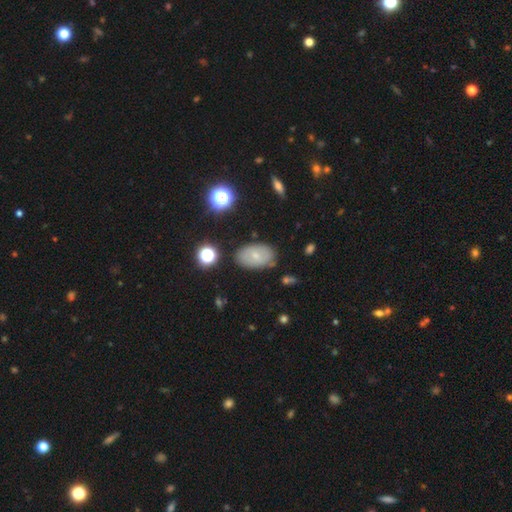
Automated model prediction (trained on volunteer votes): Q: Smooth or featured?
A: smooth (62%); runner-up: featured or disk (27%)
Q: How rounded?
A: in between (91%); runner-up: round (8%)
Q: Merging?
A: none (78%); runner-up: minor disturbance (15%)